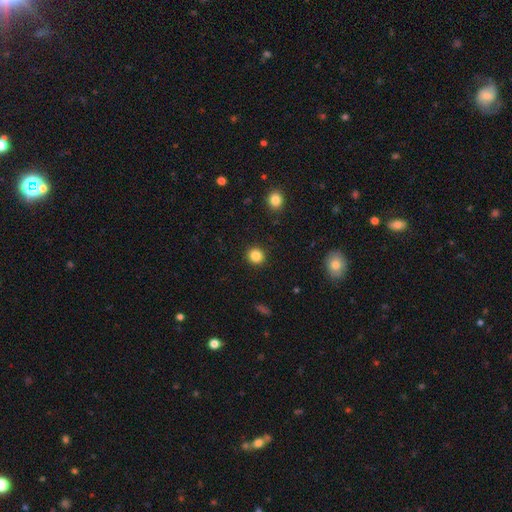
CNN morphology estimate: The model was most divided on "smooth or featured": smooth: 85%, star or artifact: 11%, featured or disk: 4%. More confident: merging — none (92%); how rounded — round (88%).